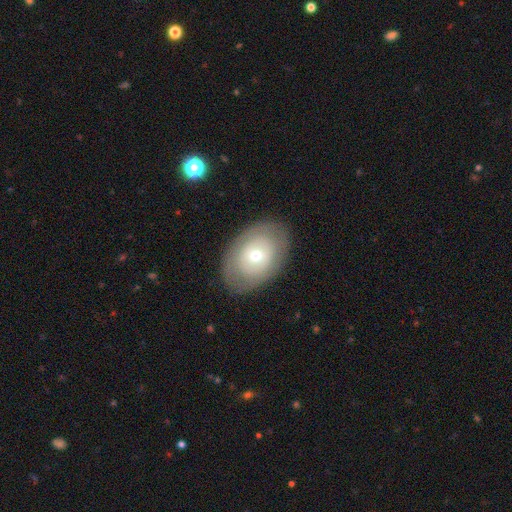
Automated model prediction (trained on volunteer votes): Smooth or featured? smooth (52%)
How rounded? in between (78%)
Merging? none (83%)